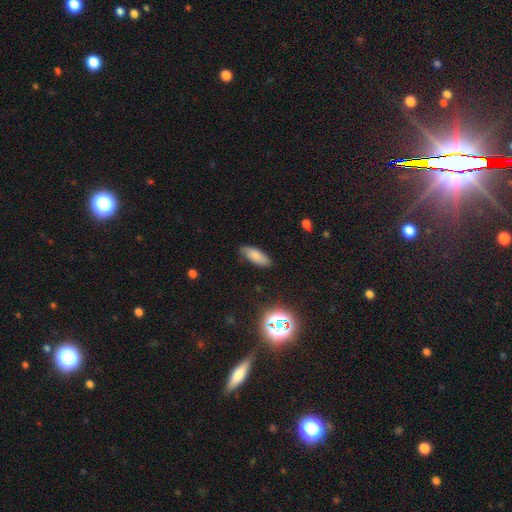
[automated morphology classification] smooth-or-featured: smooth: 78% | featured or disk: 12% | star or artifact: 10%
  how-rounded: in between: 73% | cigar-shaped: 24% | round: 2%
  merging: none: 82% | minor disturbance: 14% | major disturbance: 3% | merger: 1%